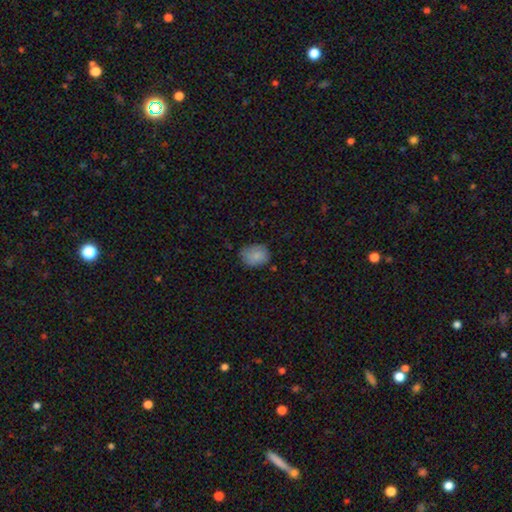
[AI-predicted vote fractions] Smooth or featured?
  - smooth: 84% *
  - star or artifact: 9%
  - featured or disk: 7%
How rounded?
  - in between: 55% *
  - round: 44%
  - cigar-shaped: 1%
Merging?
  - none: 66% *
  - minor disturbance: 27%
  - major disturbance: 5%
  - merger: 2%